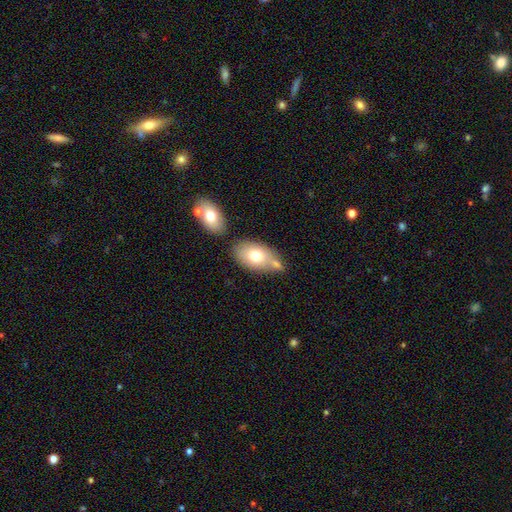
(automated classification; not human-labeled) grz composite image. It shows a smooth galaxy with no disk features (73%) that is in between round and cigar-shaped (89%). Merging: none (52%).